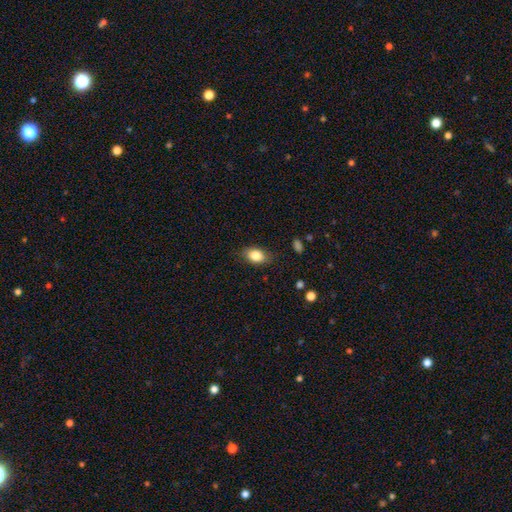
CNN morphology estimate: smooth 84%, featured or disk 8%, star or artifact 8%. Down the decision tree: how rounded — in between (84%); merging — none (82%).